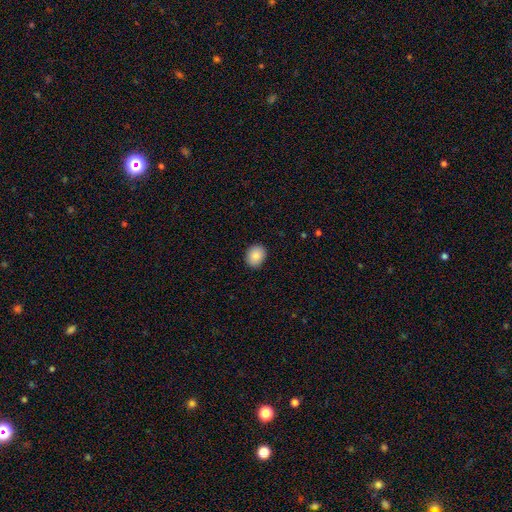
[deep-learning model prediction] This appears to be a smooth galaxy with no disk features (87%) that is round (54%). Merging: none (90%).